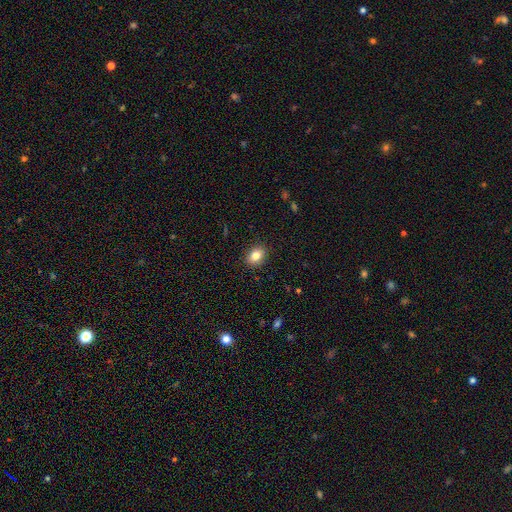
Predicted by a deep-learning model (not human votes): smooth_or_featured: smooth (p=0.83) [alt: star or artifact p=0.09]
how_rounded: in between (p=0.66) [alt: round p=0.33]
merging: none (p=0.90) [alt: minor disturbance p=0.07]